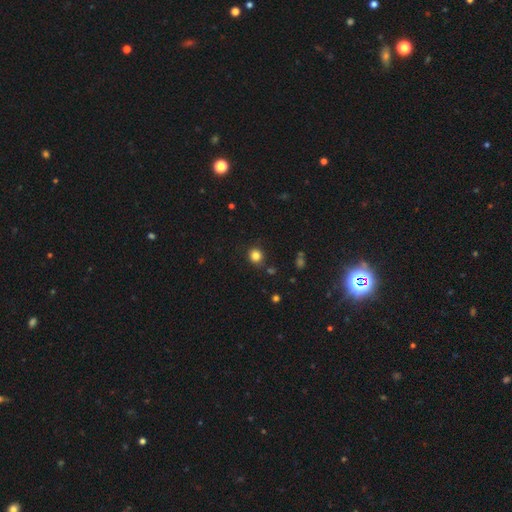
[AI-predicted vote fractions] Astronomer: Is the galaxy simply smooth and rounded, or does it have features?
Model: smooth — 82%.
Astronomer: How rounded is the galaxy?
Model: round — 84%.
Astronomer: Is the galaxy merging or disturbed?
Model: none — 85%.